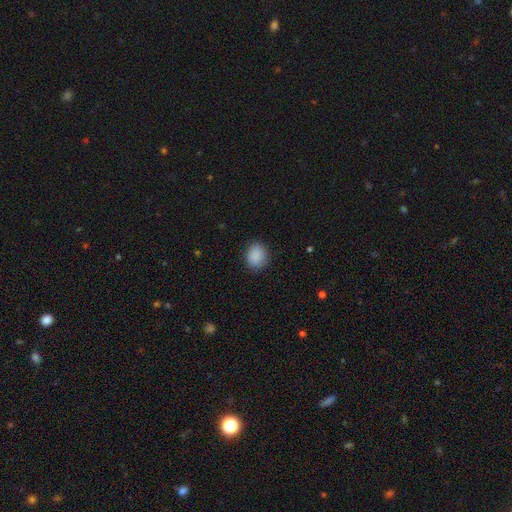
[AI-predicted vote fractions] Overall: smooth (89%). How rounded: round (61%; in between 38%). Merging: none (86%).